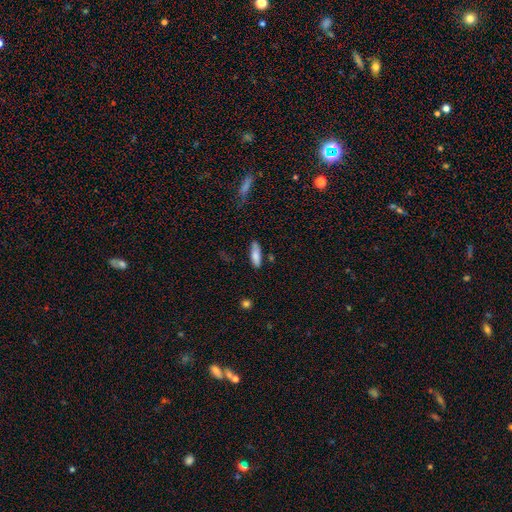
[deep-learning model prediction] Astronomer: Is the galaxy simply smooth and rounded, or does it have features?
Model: smooth — 82%.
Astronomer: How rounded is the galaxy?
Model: in between — 53% (runner-up: cigar-shaped, 45%).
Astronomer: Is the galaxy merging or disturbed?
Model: none — 70%.